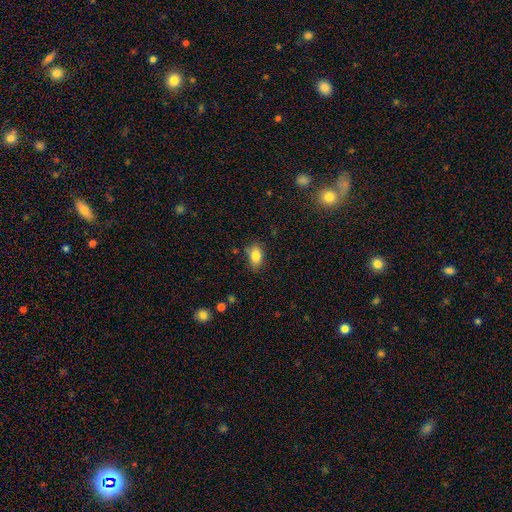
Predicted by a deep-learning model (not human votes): Q: Smooth or featured?
A: smooth (84%); runner-up: star or artifact (9%)
Q: How rounded?
A: in between (86%); runner-up: round (12%)
Q: Merging?
A: none (76%); runner-up: minor disturbance (17%)